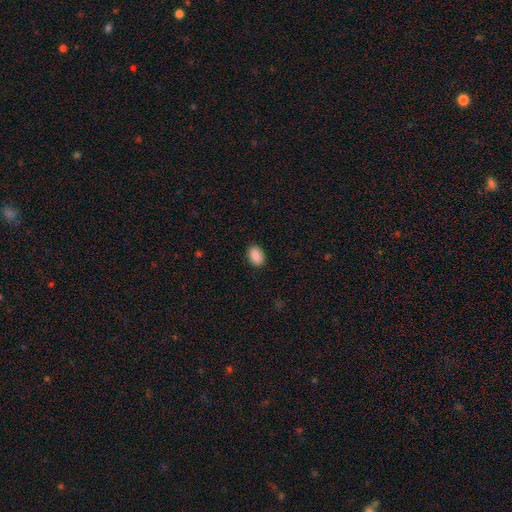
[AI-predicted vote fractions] The model was most divided on "how rounded": in between: 87%, round: 11%, cigar-shaped: 2%. More confident: smooth or featured — smooth (88%); merging — none (87%).